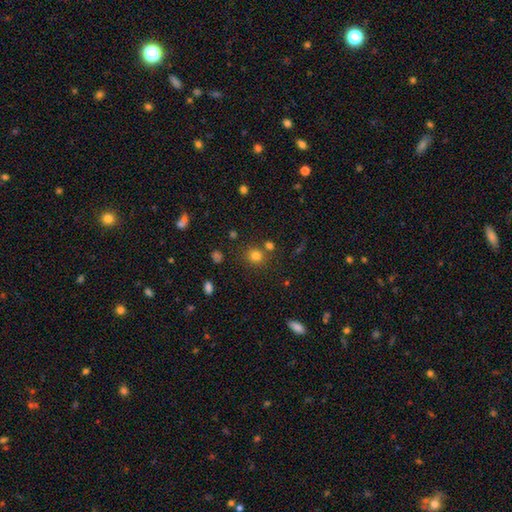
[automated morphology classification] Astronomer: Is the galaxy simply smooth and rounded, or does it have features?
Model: smooth — 78%.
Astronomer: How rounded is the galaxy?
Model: round — 86%.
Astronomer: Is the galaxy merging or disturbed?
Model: none — 74%.